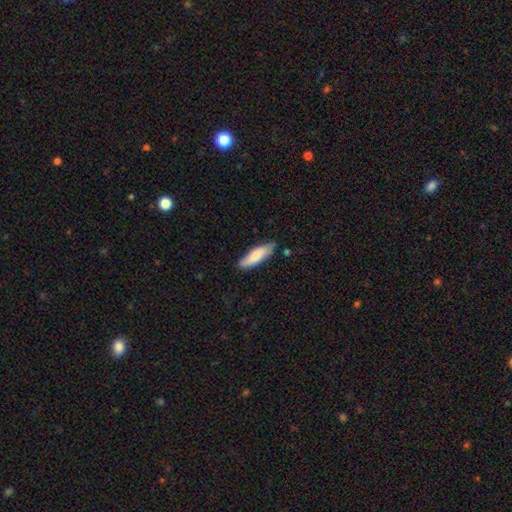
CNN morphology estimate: Overall: smooth (74%). How rounded: cigar-shaped (52%; in between 46%). Merging: none (78%).